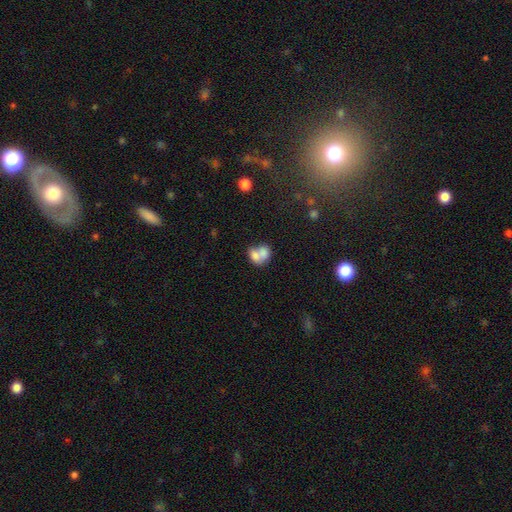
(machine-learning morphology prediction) type=smooth (71%); roundness=in between (61%); merging=merger (71%).